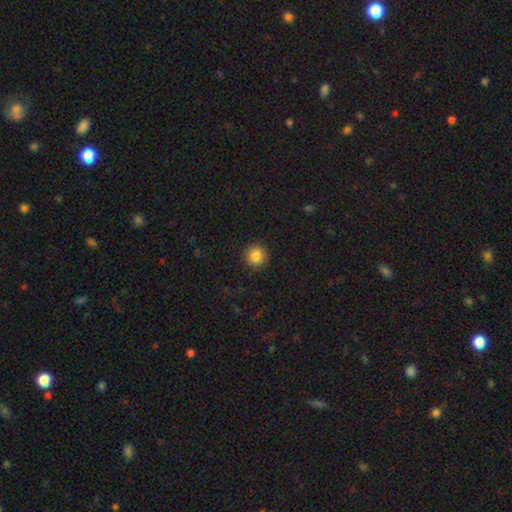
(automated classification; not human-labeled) Overall: smooth (85%). How rounded: round (94%). Merging: none (90%).